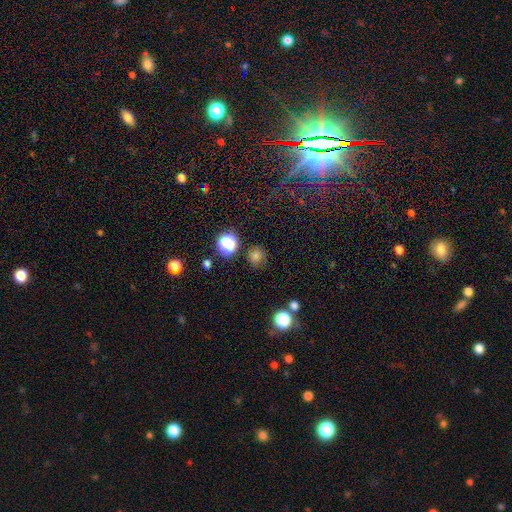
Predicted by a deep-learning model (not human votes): Q: Smooth or featured?
A: smooth (68%); runner-up: star or artifact (26%)
Q: How rounded?
A: round (91%); runner-up: in between (8%)
Q: Merging?
A: none (85%); runner-up: minor disturbance (8%)